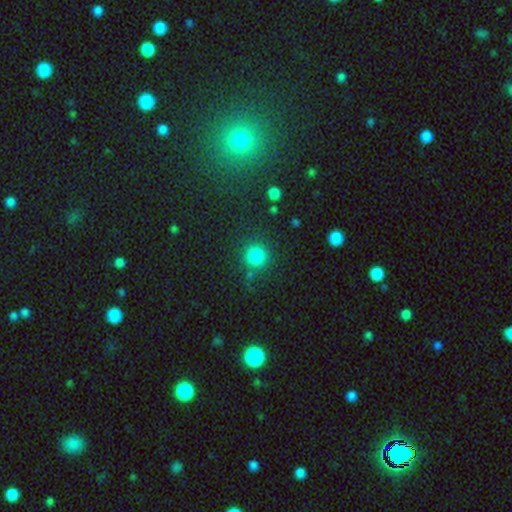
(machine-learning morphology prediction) Q: Smooth or featured?
A: smooth (80%); runner-up: star or artifact (14%)
Q: How rounded?
A: round (91%); runner-up: in between (8%)
Q: Merging?
A: none (74%); runner-up: minor disturbance (12%)